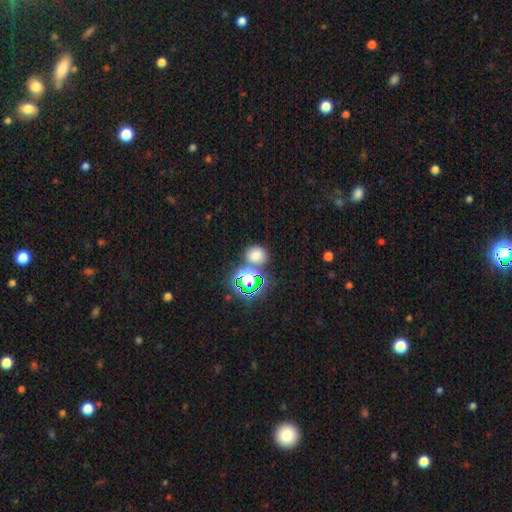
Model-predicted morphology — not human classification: smooth 67%, star or artifact 26%, featured or disk 7%. Down the decision tree: how rounded — round (69%); merging — none (68%).